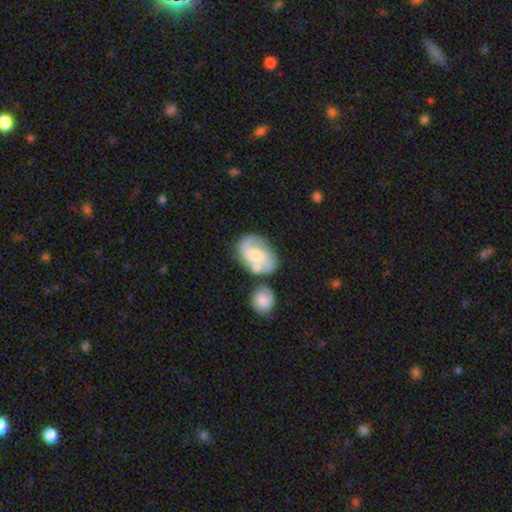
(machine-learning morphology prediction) Smooth or featured: featured or disk — 54% (smooth — 40%)
Edge-on disk: no — 96% (yes — 4%)
Bar: no — 50% (weak — 40%)
Spiral arms: yes — 79% (no — 21%)
Bulge size: moderate — 53% (small — 33%)
Merging: none — 48% (merger — 26%)